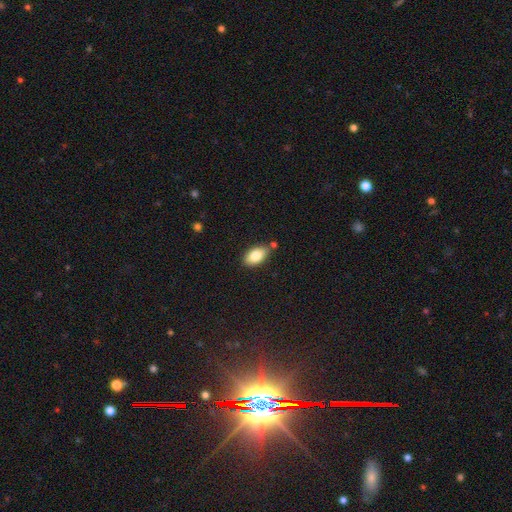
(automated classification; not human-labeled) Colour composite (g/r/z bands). It shows a smooth galaxy with no disk features (84%) that is in between round and cigar-shaped (93%). Merging: none (78%).